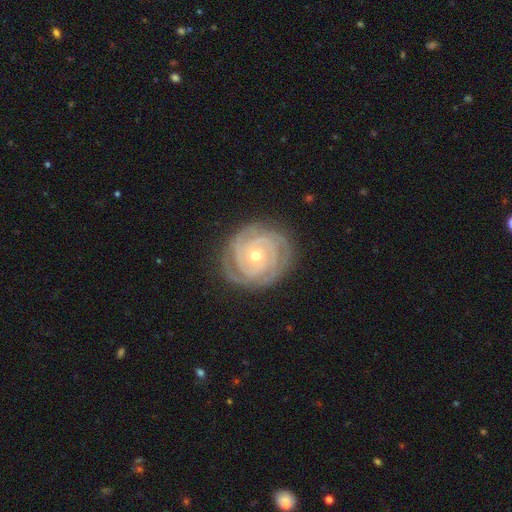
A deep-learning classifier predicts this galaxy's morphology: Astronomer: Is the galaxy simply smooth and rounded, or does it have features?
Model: featured or disk — 89%.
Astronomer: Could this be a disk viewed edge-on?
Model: no — 98%.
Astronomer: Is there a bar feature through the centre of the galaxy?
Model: no — 78%.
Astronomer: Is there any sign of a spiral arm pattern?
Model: yes — 98%.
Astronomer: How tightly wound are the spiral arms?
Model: tight — 85%.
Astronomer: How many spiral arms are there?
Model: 3 — 33% (runner-up: can't tell, 19%).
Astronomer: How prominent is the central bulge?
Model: small — 50% (runner-up: moderate, 47%).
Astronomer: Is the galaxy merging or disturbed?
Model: none — 82%.